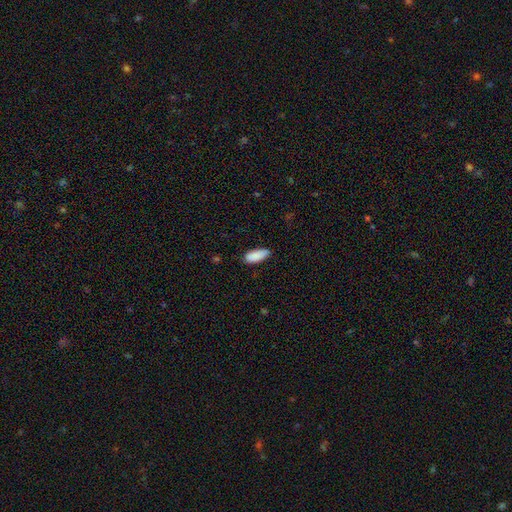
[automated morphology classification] Smooth or featured: smooth — 89% (star or artifact — 6%)
How rounded: in between — 81% (cigar-shaped — 17%)
Merging: none — 80% (minor disturbance — 17%)